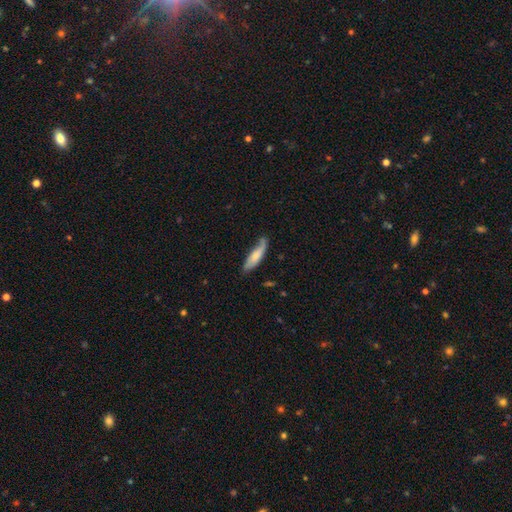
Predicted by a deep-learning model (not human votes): The model was most divided on "how rounded": cigar-shaped: 62%, in between: 37%, round: 2%. More confident: smooth or featured — smooth (68%); merging — none (61%).